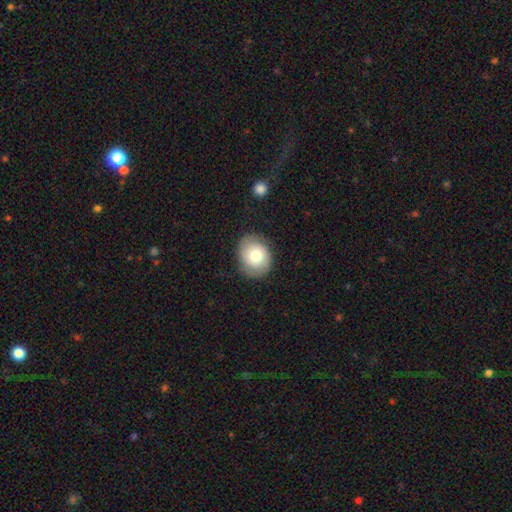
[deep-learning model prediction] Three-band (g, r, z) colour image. It shows a smooth galaxy with no disk features (66%) that is round (56%). Merging: none (78%).